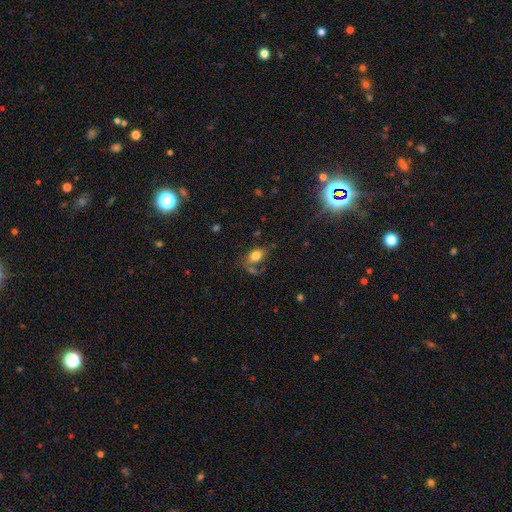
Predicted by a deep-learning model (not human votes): Overall: smooth (76%). How rounded: in between (83%). Merging: none (53%; minor disturbance 20%).